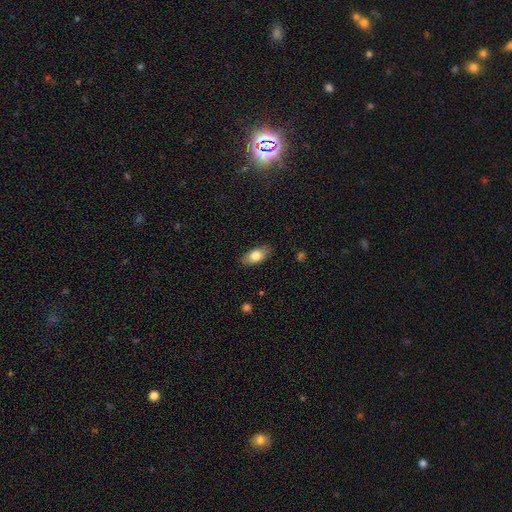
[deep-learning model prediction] Smooth or featured?
  - smooth: 75% *
  - featured or disk: 18%
  - star or artifact: 7%
How rounded?
  - in between: 86% *
  - cigar-shaped: 9%
  - round: 4%
Merging?
  - none: 85% *
  - minor disturbance: 12%
  - major disturbance: 3%
  - merger: 1%